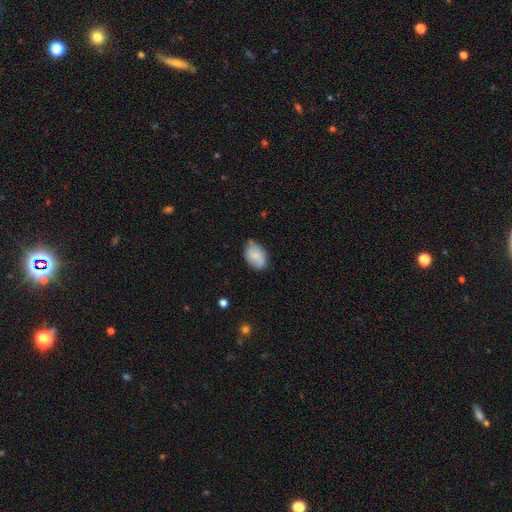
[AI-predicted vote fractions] This is clearly a smooth galaxy (80%). How rounded: clearly in between (87%). Merging: likely none (60%).